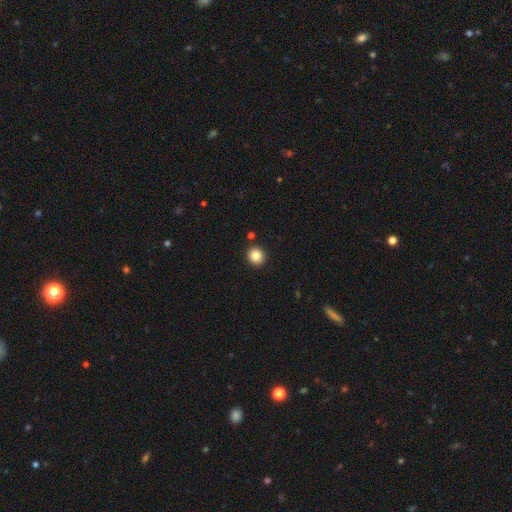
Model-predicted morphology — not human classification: Smooth or featured: smooth — 85% (star or artifact — 10%)
How rounded: round — 88% (in between — 11%)
Merging: none — 91% (minor disturbance — 5%)